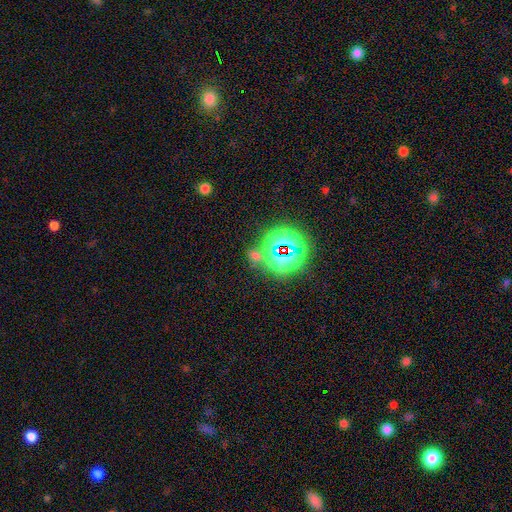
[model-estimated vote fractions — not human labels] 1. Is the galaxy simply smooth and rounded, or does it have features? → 62% star or artifact, 30% smooth, 8% featured or disk.